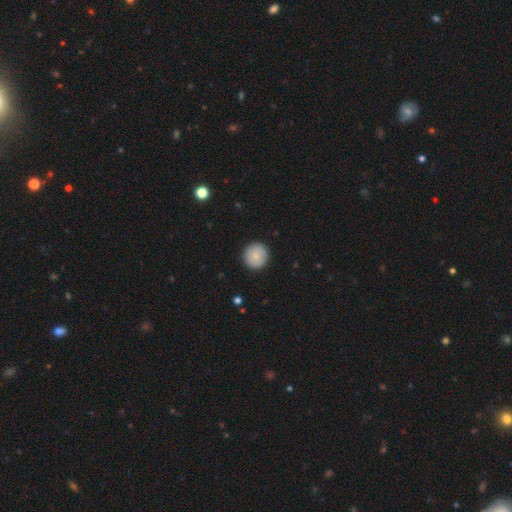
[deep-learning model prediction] Overall: smooth (81%). How rounded: round (95%). Merging: none (91%).